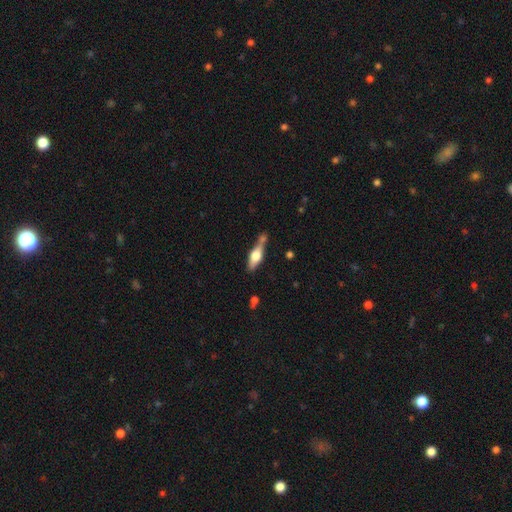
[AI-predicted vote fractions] smooth_or_featured: smooth (p=0.50) [alt: featured or disk p=0.44]
how_rounded: in between (p=0.48) [tied with: cigar-shaped p=0.48]
merging: none (p=0.54) [alt: minor disturbance p=0.21]